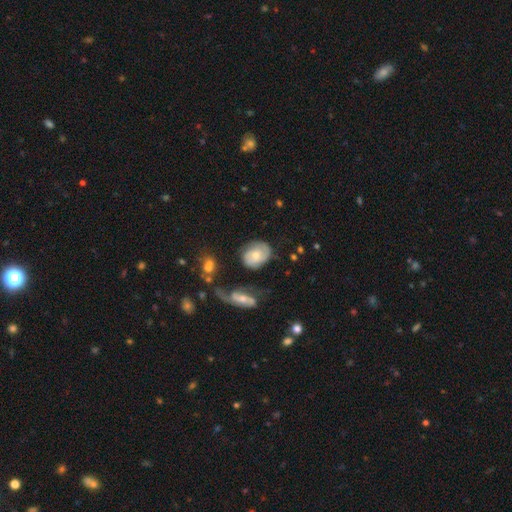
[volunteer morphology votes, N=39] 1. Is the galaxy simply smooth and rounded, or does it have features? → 51% smooth, 46% featured or disk, 3% star or artifact.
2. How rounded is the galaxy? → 60% in between, 40% round, 0% cigar-shaped.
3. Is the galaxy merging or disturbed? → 55% none, 26% minor disturbance, 11% major disturbance, 8% merger.